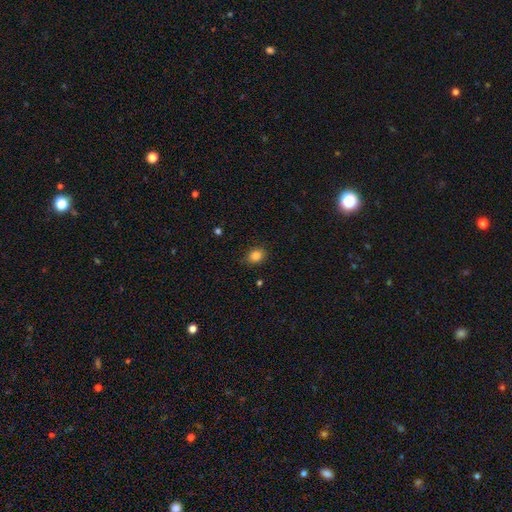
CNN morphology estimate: A smooth galaxy with no disk features (83%) that is round (55%).

Vote fractions:
- Smooth or featured? smooth: 83% / star or artifact: 11% / featured or disk: 5%
- How rounded? round: 55% / in between: 44% / cigar-shaped: 1%
- Merging? none: 85% / minor disturbance: 12% / major disturbance: 2% / merger: 1%